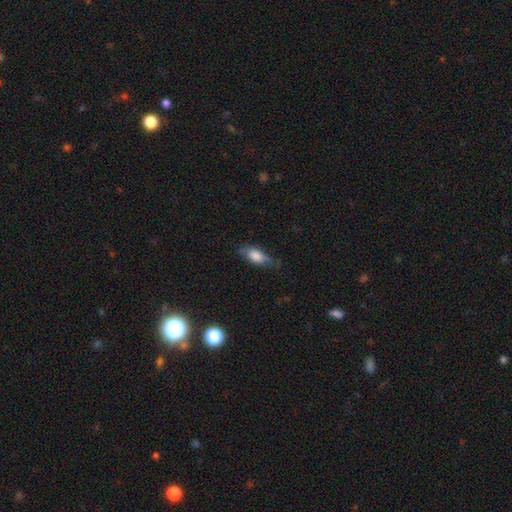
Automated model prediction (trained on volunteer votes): A smooth galaxy with no disk features (74%) that is in between round and cigar-shaped (81%).

Vote fractions:
- Smooth or featured? smooth: 74% / featured or disk: 19% / star or artifact: 7%
- How rounded? in between: 81% / cigar-shaped: 16% / round: 4%
- Merging? none: 60% / minor disturbance: 30% / major disturbance: 9% / merger: 2%